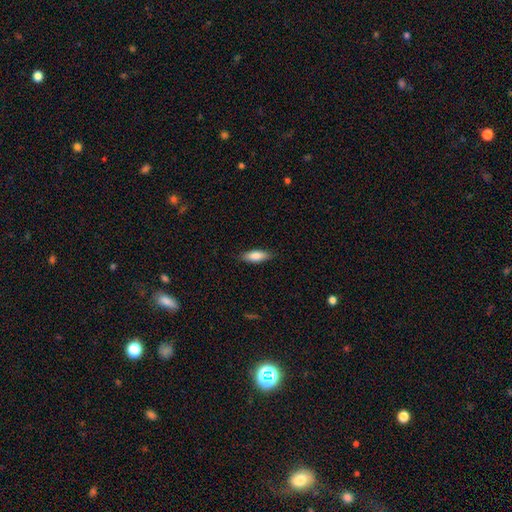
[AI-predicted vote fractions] Q: Smooth or featured?
A: smooth (81%); runner-up: featured or disk (13%)
Q: How rounded?
A: in between (65%); runner-up: cigar-shaped (33%)
Q: Merging?
A: none (85%); runner-up: minor disturbance (12%)